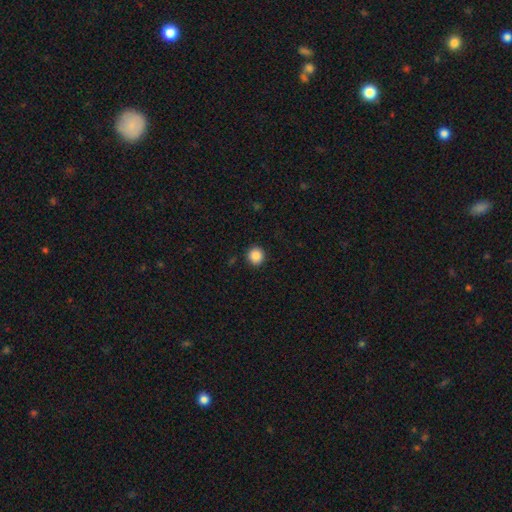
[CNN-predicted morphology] The model was most divided on "smooth or featured": smooth: 88%, star or artifact: 9%, featured or disk: 3%. More confident: how rounded — round (91%); merging — none (91%).